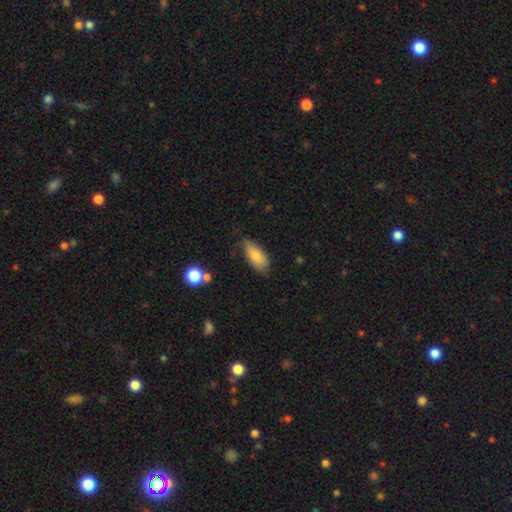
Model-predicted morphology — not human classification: smooth 76%, featured or disk 17%, star or artifact 7%. Down the decision tree: how rounded — in between (87%); merging — none (59%).